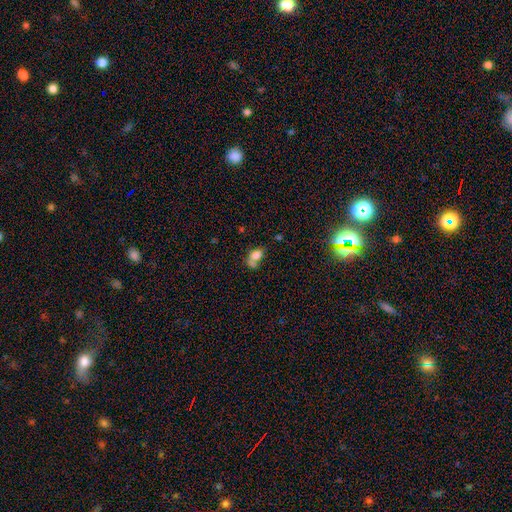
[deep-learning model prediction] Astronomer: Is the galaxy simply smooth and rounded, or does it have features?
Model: smooth — 75%.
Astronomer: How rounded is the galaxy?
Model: in between — 77%.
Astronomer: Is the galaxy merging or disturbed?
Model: merger — 39% (runner-up: none, 33%).